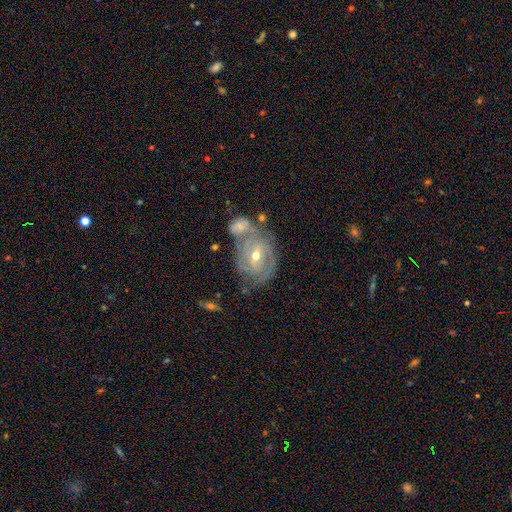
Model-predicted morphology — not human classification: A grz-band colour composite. It shows a featured or disk galaxy (80%) with a weak bar (49%), 2 (41%) tight (63%) spiral arms (86%) and a moderate central bulge (59%). Merging: none (41%).